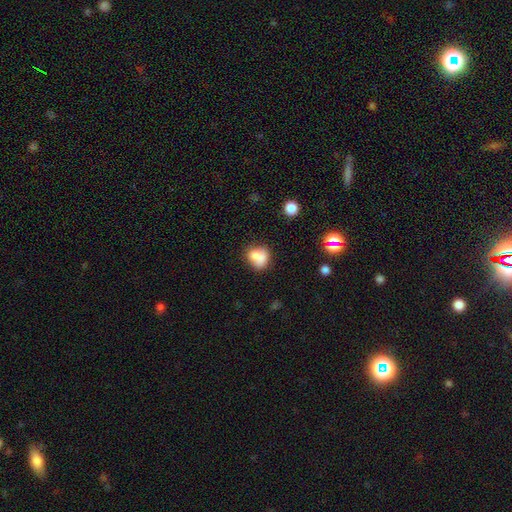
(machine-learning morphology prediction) Smooth or featured: smooth — 76% (featured or disk — 14%)
How rounded: round — 57% (in between — 42%)
Merging: none — 41% (merger — 33%)